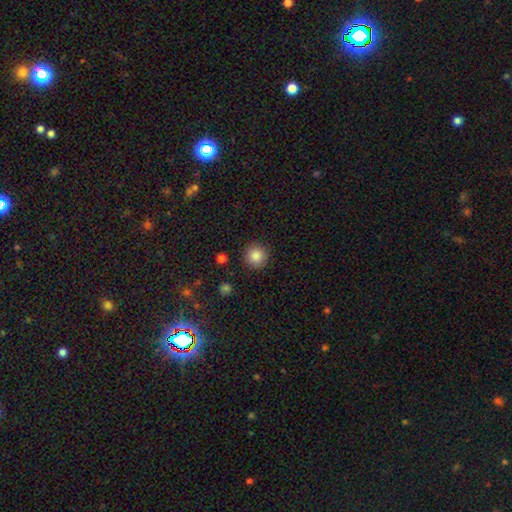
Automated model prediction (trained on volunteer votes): smooth 86%, star or artifact 9%, featured or disk 4%. Down the decision tree: how rounded — round (95%); merging — none (90%).